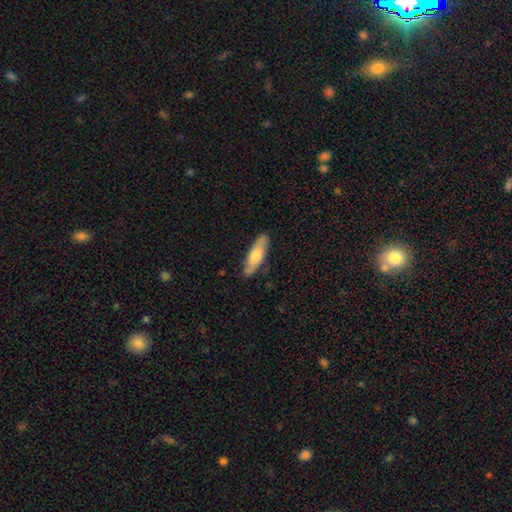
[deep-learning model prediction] Smooth or featured?
  - smooth: 61% *
  - featured or disk: 33%
  - star or artifact: 6%
How rounded?
  - cigar-shaped: 54% *
  - in between: 44%
  - round: 2%
Merging?
  - none: 84% *
  - minor disturbance: 13%
  - major disturbance: 2%
  - merger: 1%